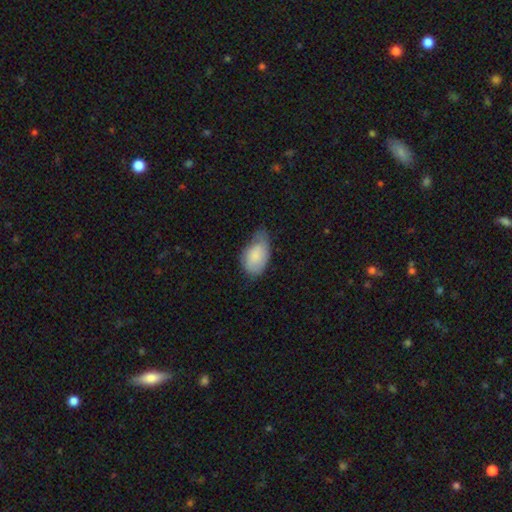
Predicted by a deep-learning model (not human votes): Smooth or featured?
  - smooth: 77% *
  - featured or disk: 16%
  - star or artifact: 6%
How rounded?
  - in between: 92% *
  - round: 6%
  - cigar-shaped: 2%
Merging?
  - minor disturbance: 46% *
  - none: 35%
  - major disturbance: 17%
  - merger: 2%